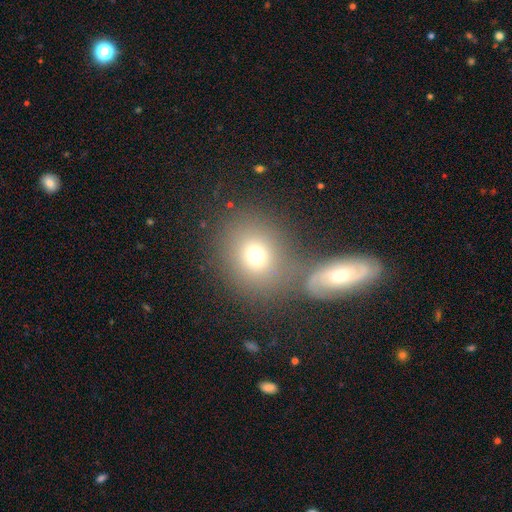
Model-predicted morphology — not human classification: smooth-or-featured: smooth: 72% | featured or disk: 16% | star or artifact: 12%
  how-rounded: round: 70% | in between: 28% | cigar-shaped: 1%
  merging: none: 57% | merger: 27% | minor disturbance: 11% | major disturbance: 6%